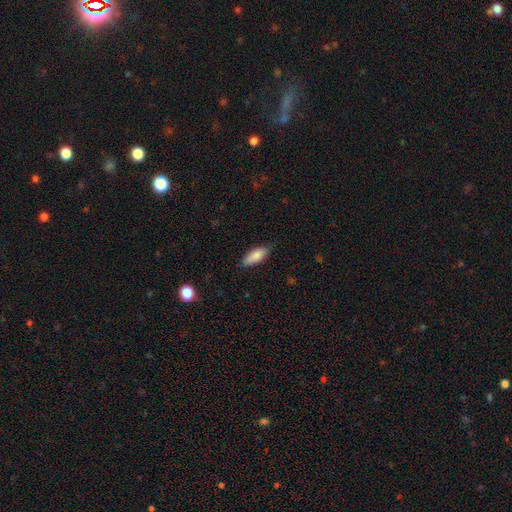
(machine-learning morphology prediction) The model was most divided on "how rounded": in between: 75%, cigar-shaped: 23%, round: 2%. More confident: smooth or featured — smooth (85%); merging — none (77%).